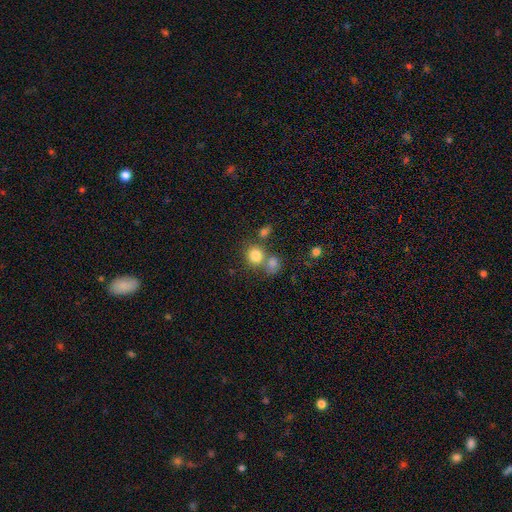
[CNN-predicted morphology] type=smooth (80%); roundness=round (81%); merging=none (57%).